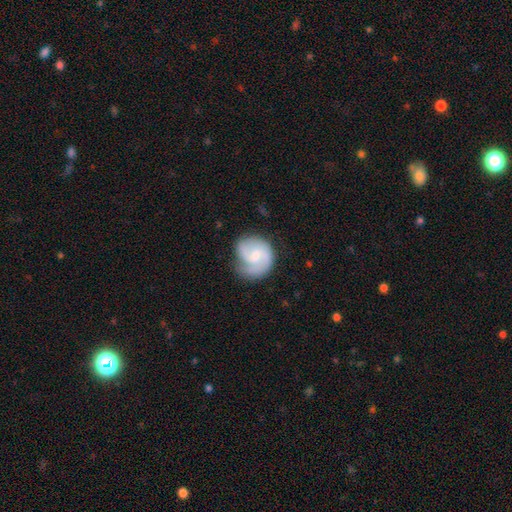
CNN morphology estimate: smooth-or-featured: featured or disk: 72% | smooth: 23% | star or artifact: 6%
  disk-edge-on: no: 98% | yes: 2%
    bar: no: 51% | weak: 43% | strong: 6%
    has-spiral-arms: yes: 94% | no: 6%
      spiral-winding: medium: 48% | tight: 30% | loose: 23%
      spiral-arm-count: 2: 59% | 1: 14% | 3: 13% | can't tell: 11% | 4: 2% | more than 4: 2%
    bulge-size: small: 50% | moderate: 37% | none: 9% | large: 3% | dominant: 1%
  merging: none: 63% | minor disturbance: 23% | major disturbance: 12% | merger: 2%